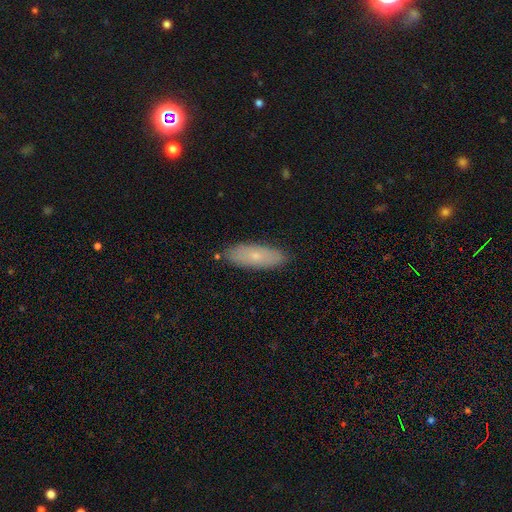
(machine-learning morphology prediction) smooth_or_featured: smooth (p=0.65) [alt: featured or disk p=0.28]
how_rounded: in between (p=0.60) [alt: cigar-shaped p=0.38]
merging: none (p=0.86) [alt: minor disturbance p=0.10]